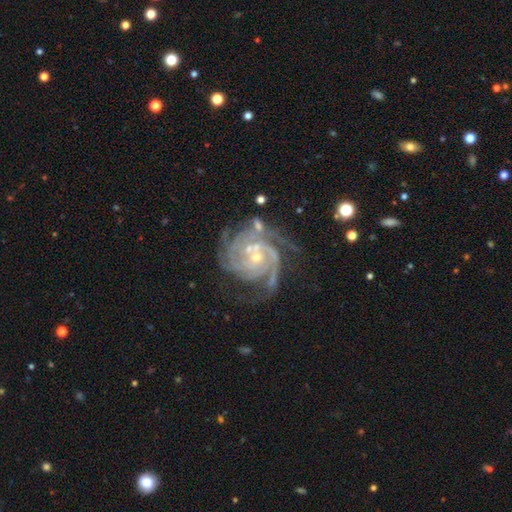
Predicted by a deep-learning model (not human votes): Smooth or featured? featured or disk (92%)
Edge-on disk? no (98%)
Bar? no (67%)
Spiral arms? yes (98%)
Spiral winding? tight (70%)
Spiral arm count? 3 (36%)
Bulge size? small (73%)
Merging? none (60%)